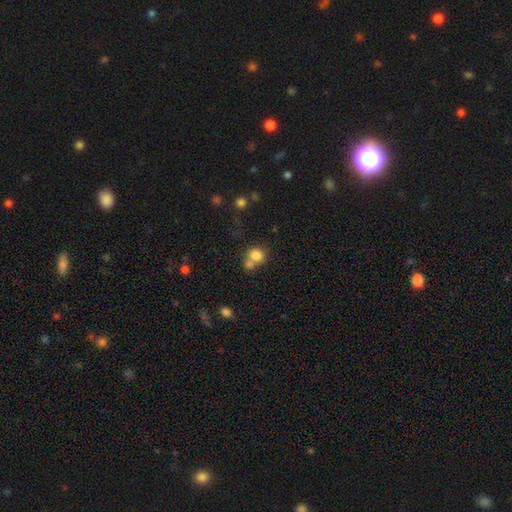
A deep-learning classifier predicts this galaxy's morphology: The model was most divided on "merging": merger: 44%, none: 43%, minor disturbance: 9%, major disturbance: 4%. More confident: smooth or featured — smooth (80%); how rounded — round (69%).